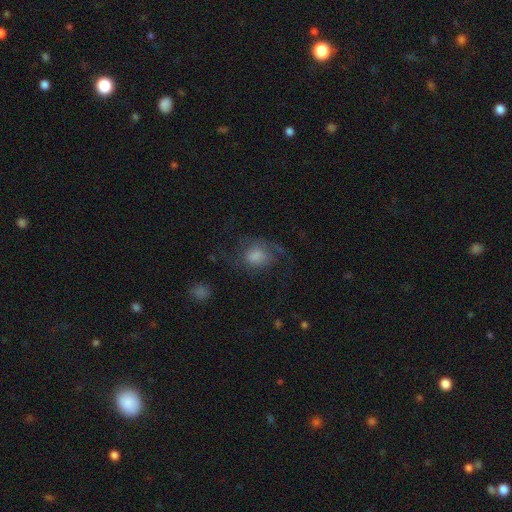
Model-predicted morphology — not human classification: Smooth or featured: smooth — 44% (featured or disk — 43%)
Merging: none — 50% (major disturbance — 27%)